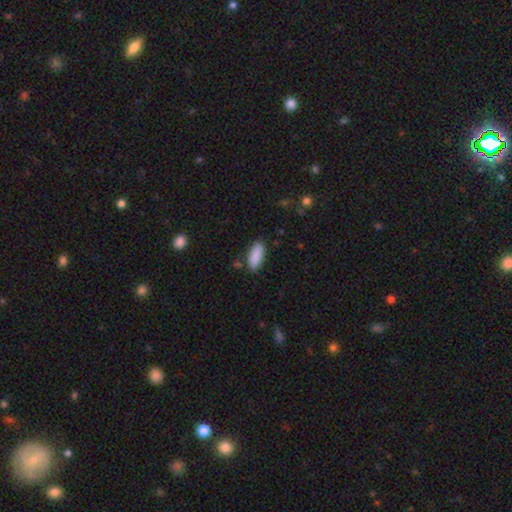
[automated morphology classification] smooth_or_featured: smooth (p=0.90) [alt: star or artifact p=0.06]
how_rounded: in between (p=0.78) [alt: cigar-shaped p=0.21]
merging: none (p=0.85) [alt: minor disturbance p=0.11]